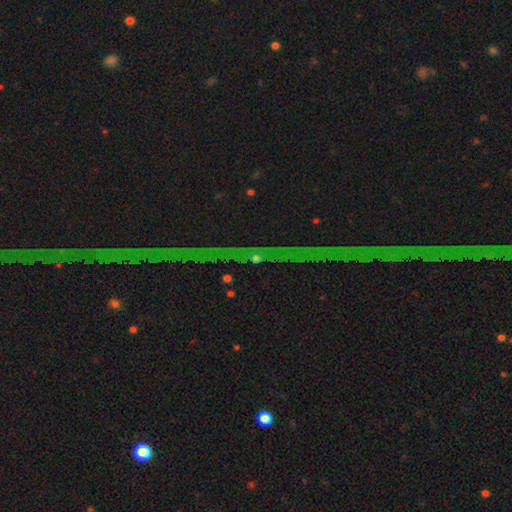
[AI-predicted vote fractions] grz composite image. It shows a star or artifact, not a galaxy (81%).